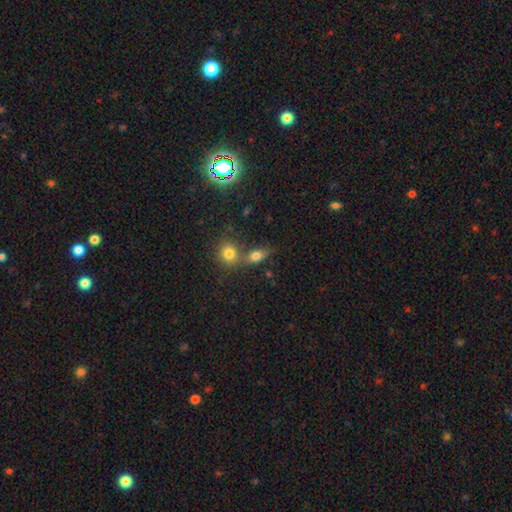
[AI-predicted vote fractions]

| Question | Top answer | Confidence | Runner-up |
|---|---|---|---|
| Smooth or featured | smooth | 73% | featured or disk (14%) |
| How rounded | in between | 63% | round (28%) |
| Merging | none | 46% | merger (39%) |